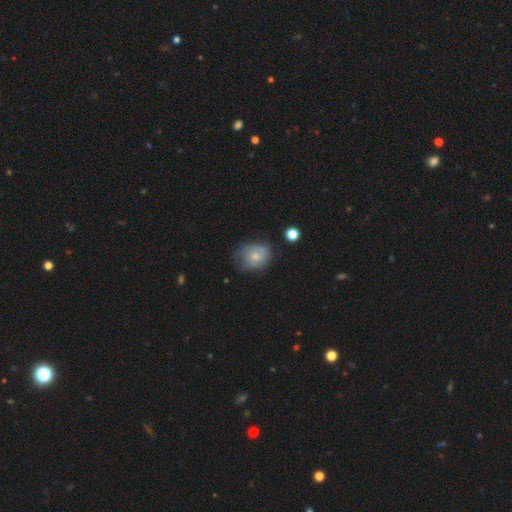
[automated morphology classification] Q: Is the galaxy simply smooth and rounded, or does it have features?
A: smooth — 59%.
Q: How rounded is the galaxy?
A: round — 57%.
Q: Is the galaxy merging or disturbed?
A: none — 50%.